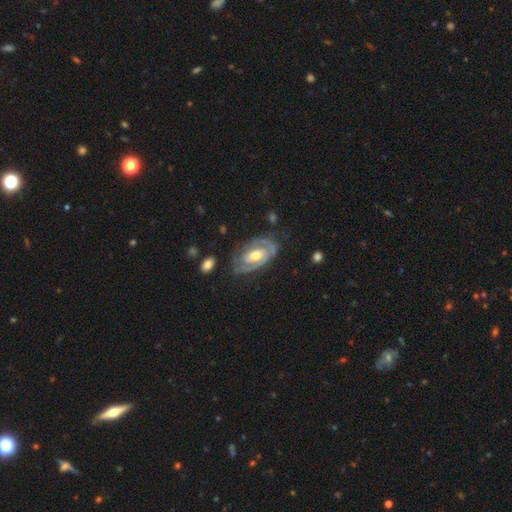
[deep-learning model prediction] Smooth or featured?
  - featured or disk: 86% *
  - smooth: 10%
  - star or artifact: 4%
Edge-on disk?
  - no: 96% *
  - yes: 4%
Bar?
  - no: 45% *
  - weak: 39%
  - strong: 17%
Spiral arms?
  - yes: 92% *
  - no: 8%
Spiral winding?
  - tight: 63% *
  - medium: 30%
  - loose: 7%
Spiral arm count?
  - 2: 69% *
  - can't tell: 15%
  - 3: 7%
  - 1: 5%
  - 4: 2%
  - more than 4: 2%
Bulge size?
  - moderate: 71% *
  - small: 17%
  - large: 10%
  - none: 1%
  - dominant: 1%
Merging?
  - none: 69% *
  - minor disturbance: 20%
  - major disturbance: 9%
  - merger: 2%